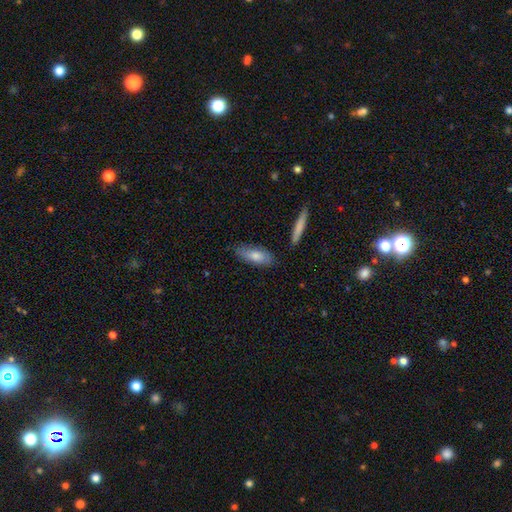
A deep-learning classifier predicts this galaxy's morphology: A smooth galaxy with no disk features (71%) that is in between round and cigar-shaped (58%).

Vote fractions:
- Smooth or featured? smooth: 71% / featured or disk: 23% / star or artifact: 6%
- How rounded? in between: 58% / cigar-shaped: 40% / round: 2%
- Merging? none: 80% / minor disturbance: 15% / merger: 3% / major disturbance: 3%